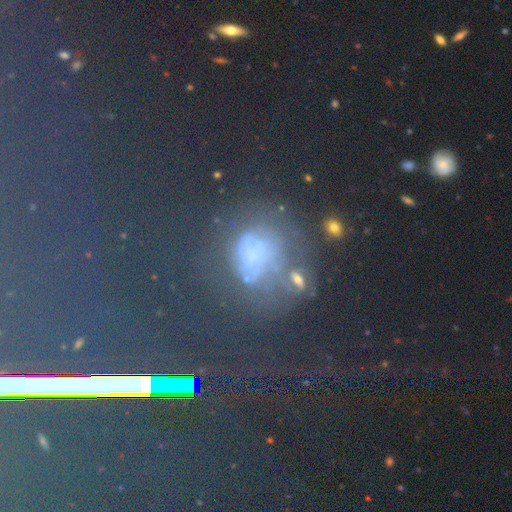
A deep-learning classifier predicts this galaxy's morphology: smooth_or_featured: star or artifact (p=0.52) [alt: smooth p=0.34]